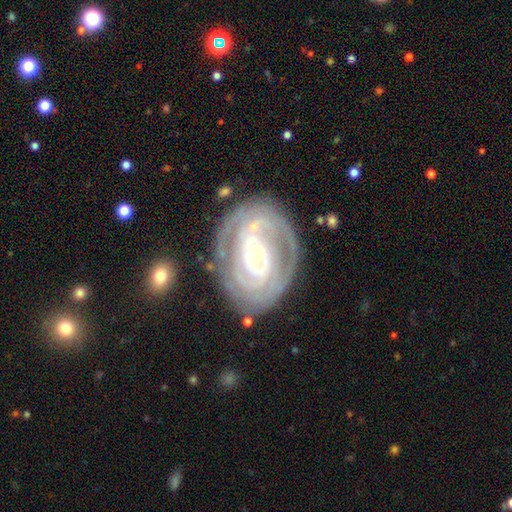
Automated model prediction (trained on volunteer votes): Smooth or featured? Predicted: featured or disk (p=0.84). Edge-on disk? Predicted: no (p=0.96). Bar? Predicted: no (p=0.65). Spiral arms? Predicted: yes (p=0.85). Spiral winding? Predicted: tight (p=0.74). Spiral arm count? Predicted: can't tell (p=0.42). Bulge size? Predicted: small (p=0.66). Merging? Predicted: none (p=0.69).